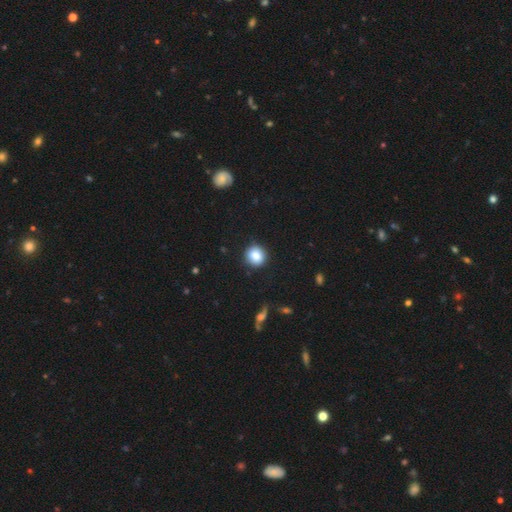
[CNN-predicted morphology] type=smooth (84%); roundness=round (89%); merging=none (89%).